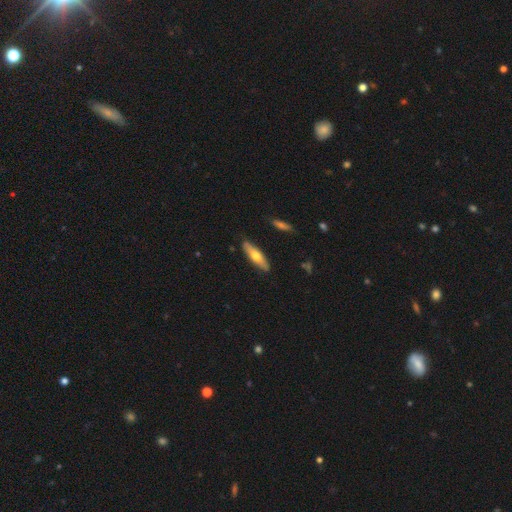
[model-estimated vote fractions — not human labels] This is possibly a smooth galaxy (58%). How rounded: likely cigar-shaped (64%). Merging: clearly none (87%).